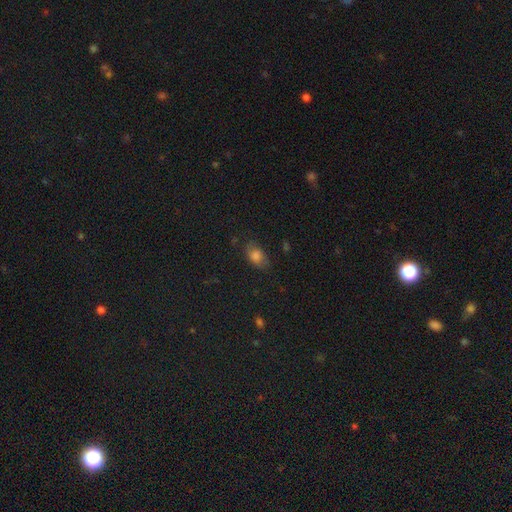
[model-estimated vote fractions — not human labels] smooth 80%, star or artifact 11%, featured or disk 9%. Down the decision tree: how rounded — in between (83%); merging — none (68%).